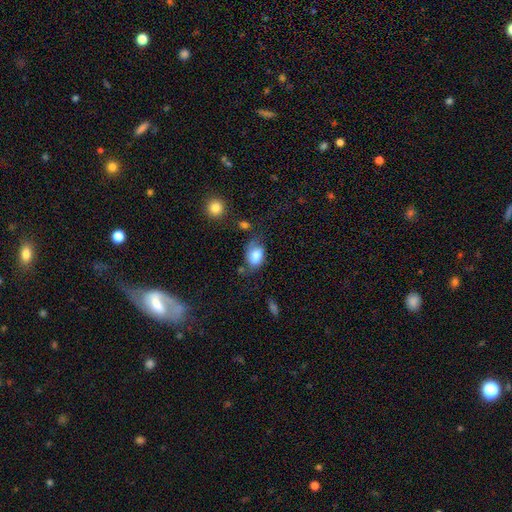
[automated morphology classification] Smooth or featured? smooth (77%)
How rounded? in between (86%)
Merging? none (46%)